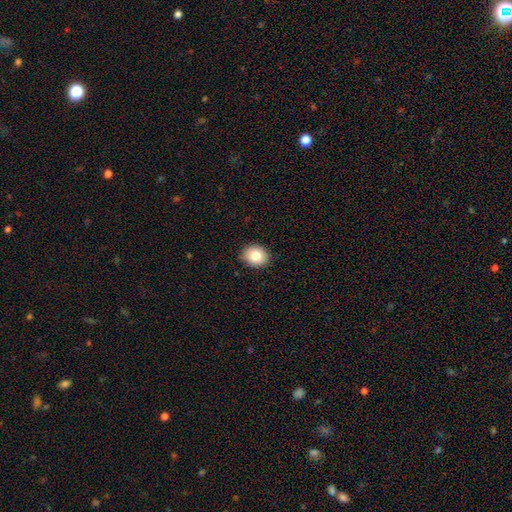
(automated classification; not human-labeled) Morphology: type=smooth (82%); roundness=round (58%); merging=none (89%).